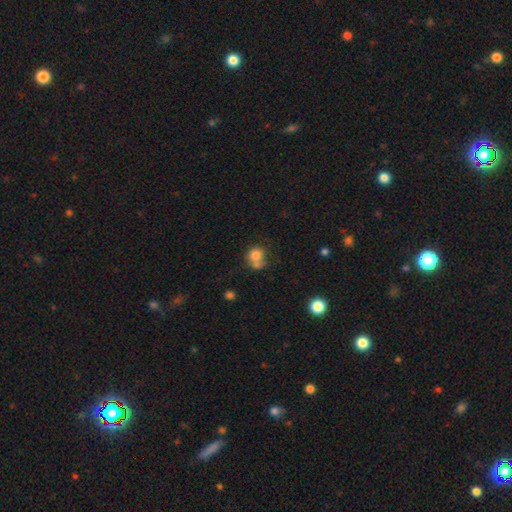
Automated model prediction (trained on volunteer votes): Q: Smooth or featured?
A: smooth (76%); runner-up: featured or disk (13%)
Q: How rounded?
A: round (79%); runner-up: in between (20%)
Q: Merging?
A: none (41%); runner-up: merger (38%)